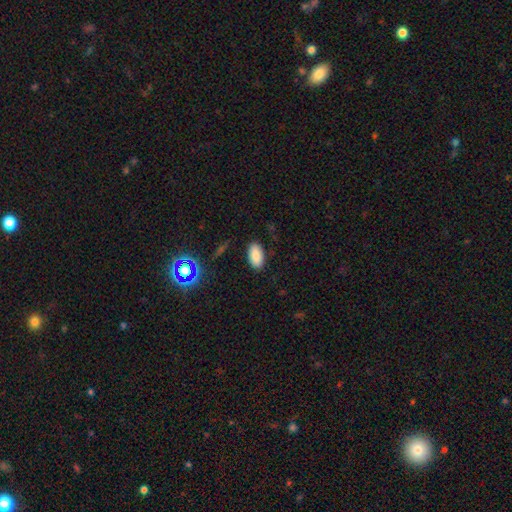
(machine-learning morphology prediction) Q: Smooth or featured?
A: smooth (83%); runner-up: star or artifact (10%)
Q: How rounded?
A: in between (94%); runner-up: cigar-shaped (3%)
Q: Merging?
A: none (86%); runner-up: minor disturbance (10%)